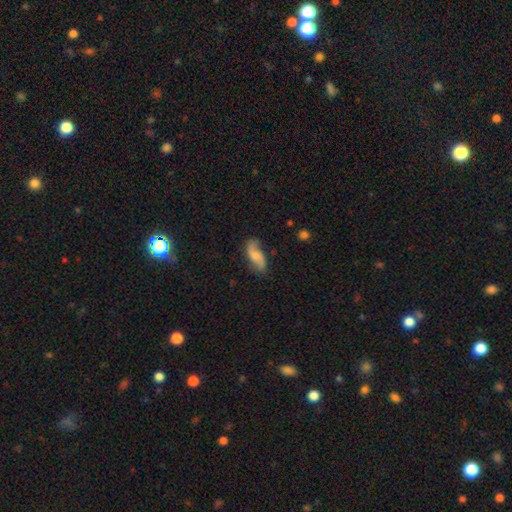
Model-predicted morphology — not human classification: Smooth or featured? Predicted: featured or disk (p=0.50). Merging? Predicted: none (p=0.66).